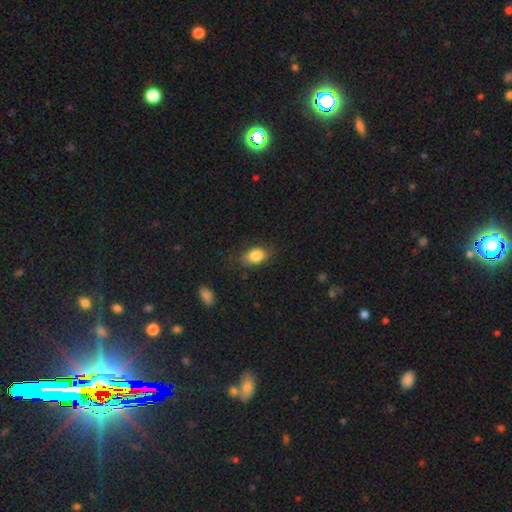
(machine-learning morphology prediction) smooth-or-featured: smooth: 83% | star or artifact: 8% | featured or disk: 8%
  how-rounded: in between: 81% | round: 17% | cigar-shaped: 2%
  merging: none: 71% | minor disturbance: 21% | major disturbance: 6% | merger: 2%